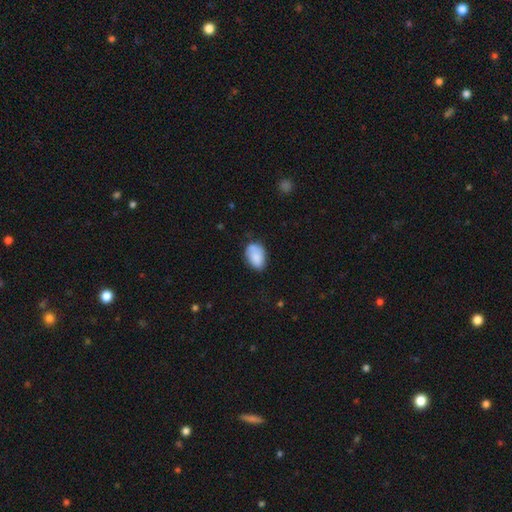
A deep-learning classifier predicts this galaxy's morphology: Smooth or featured: smooth — 82% (featured or disk — 11%)
How rounded: in between — 88% (round — 11%)
Merging: none — 61% (minor disturbance — 26%)